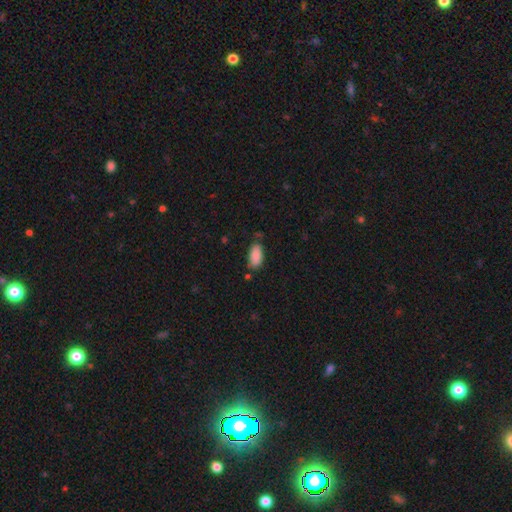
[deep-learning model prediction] A smooth galaxy with no disk features (88%) that is in between round and cigar-shaped (92%). Merging: none (73%).